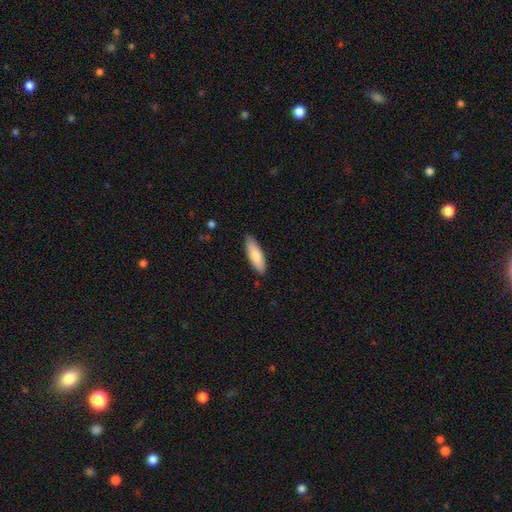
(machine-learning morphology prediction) Smooth or featured? smooth (80%)
How rounded? in between (54%)
Merging? none (87%)